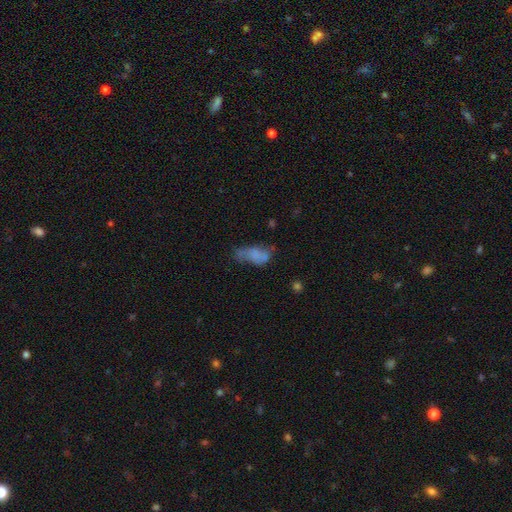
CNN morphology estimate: This is possibly a smooth galaxy (60%). How rounded: clearly in between (82%). Merging: marginally none (33%).